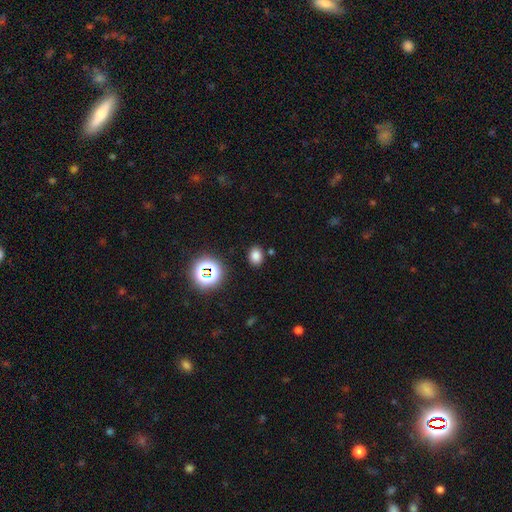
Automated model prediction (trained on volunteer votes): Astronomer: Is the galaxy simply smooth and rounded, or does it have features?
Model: smooth — 75%.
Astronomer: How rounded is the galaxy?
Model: in between — 60% (runner-up: round, 39%).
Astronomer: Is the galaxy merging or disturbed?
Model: none — 85%.